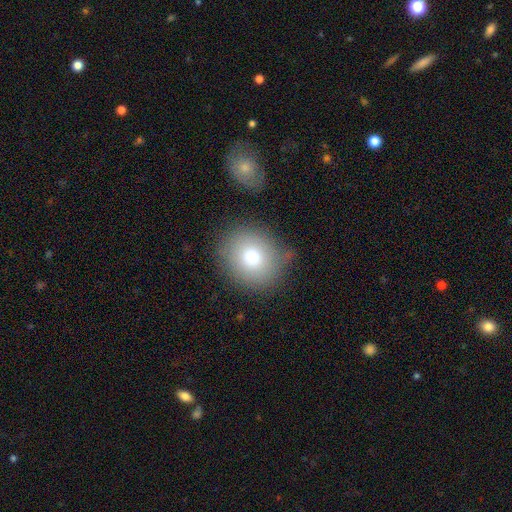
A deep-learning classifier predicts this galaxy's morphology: type=smooth (52%); roundness=round (82%); merging=none (85%).